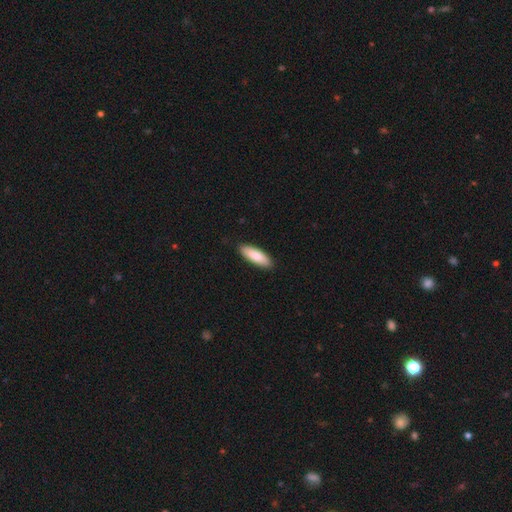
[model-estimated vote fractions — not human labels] Smooth or featured?
  - smooth: 87% *
  - featured or disk: 8%
  - star or artifact: 5%
How rounded?
  - in between: 54% *
  - cigar-shaped: 44%
  - round: 1%
Merging?
  - none: 89% *
  - minor disturbance: 8%
  - major disturbance: 2%
  - merger: 1%